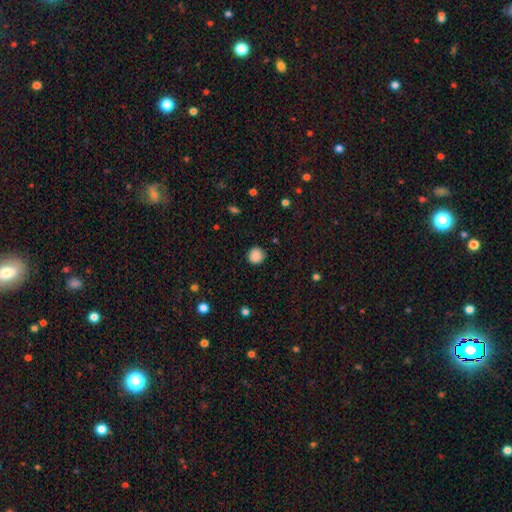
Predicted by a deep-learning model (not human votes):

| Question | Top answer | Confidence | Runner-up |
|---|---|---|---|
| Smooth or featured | smooth | 87% | star or artifact (9%) |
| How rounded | round | 91% | in between (8%) |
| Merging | none | 88% | minor disturbance (8%) |